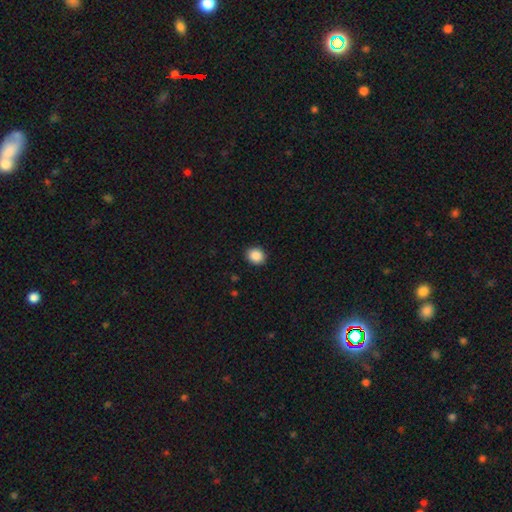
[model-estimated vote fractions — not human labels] A smooth galaxy with no disk features (89%) that is round (69%).

Vote fractions:
- Smooth or featured? smooth: 89% / star or artifact: 9% / featured or disk: 3%
- How rounded? round: 69% / in between: 30% / cigar-shaped: 1%
- Merging? none: 91% / minor disturbance: 6% / major disturbance: 2% / merger: 1%